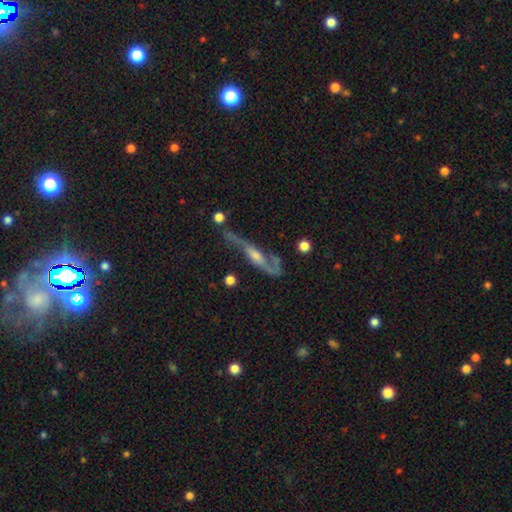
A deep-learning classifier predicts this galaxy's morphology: type=featured or disk (76%); edge-on=no (66%); bar=no (49%); spiral arms=yes (84%); bulge=moderate (45%); merging=none (37%).